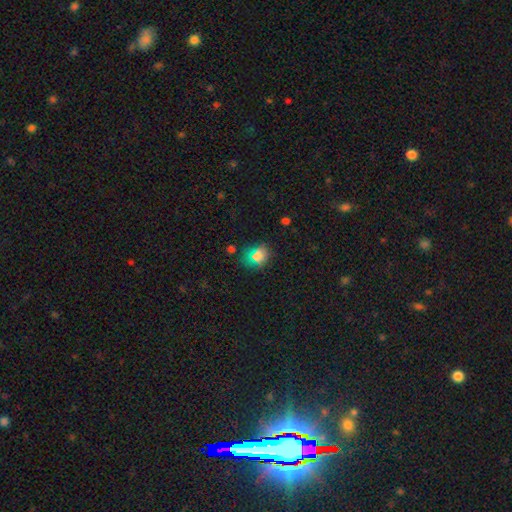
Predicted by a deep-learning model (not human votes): smooth_or_featured: smooth (p=0.69) [alt: star or artifact p=0.24]
how_rounded: round (p=0.58) [alt: in between p=0.40]
merging: none (p=0.79) [alt: minor disturbance p=0.13]